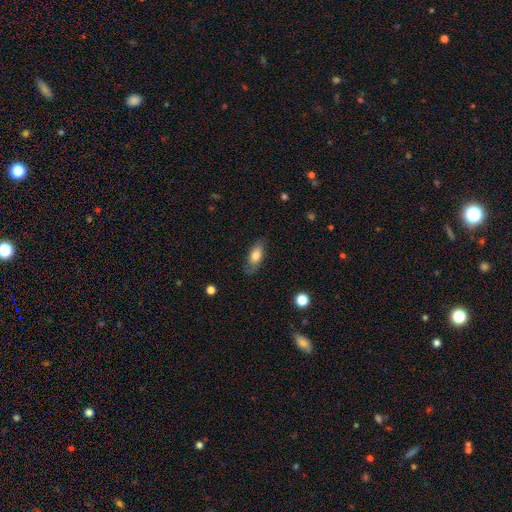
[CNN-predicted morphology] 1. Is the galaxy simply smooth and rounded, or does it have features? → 68% smooth, 25% featured or disk, 7% star or artifact.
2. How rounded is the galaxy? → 84% in between, 12% cigar-shaped, 5% round.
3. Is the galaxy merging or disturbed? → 76% none, 18% minor disturbance, 5% major disturbance, 1% merger.